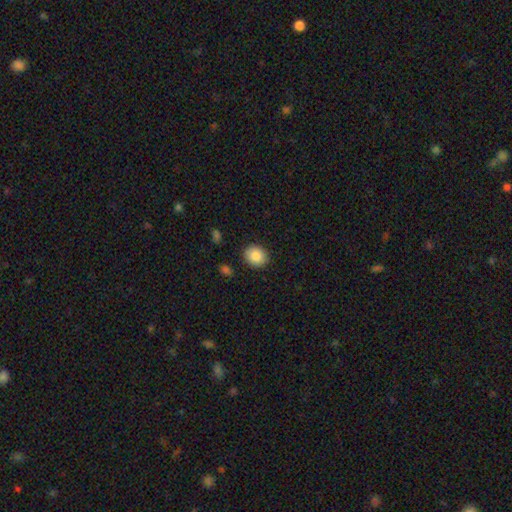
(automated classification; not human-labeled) A smooth galaxy with no disk features (86%) that is round (66%).

Vote fractions:
- Smooth or featured? smooth: 86% / star or artifact: 8% / featured or disk: 6%
- How rounded? round: 66% / in between: 33% / cigar-shaped: 1%
- Merging? none: 88% / minor disturbance: 8% / major disturbance: 2% / merger: 2%